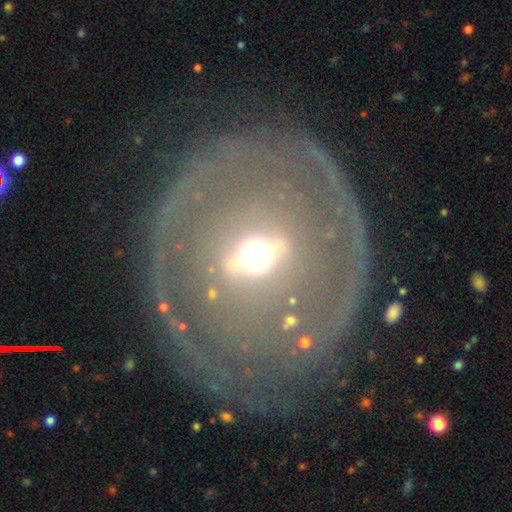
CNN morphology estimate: Smooth or featured? Predicted: featured or disk (p=0.79). Edge-on disk? Predicted: no (p=0.78). Bar? Predicted: strong (p=0.56). Spiral arms? Predicted: yes (p=0.56). Bulge size? Predicted: moderate (p=0.57). Merging? Predicted: none (p=0.70).